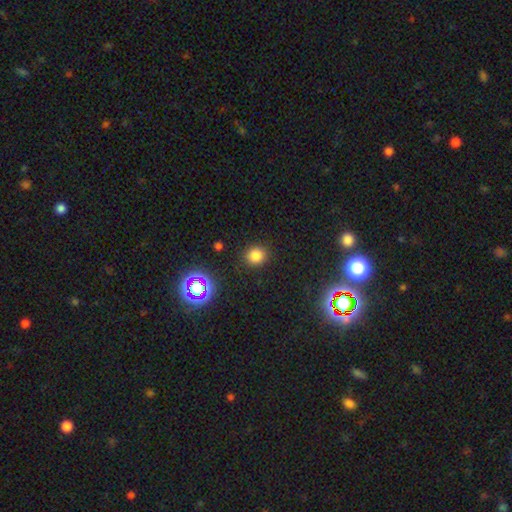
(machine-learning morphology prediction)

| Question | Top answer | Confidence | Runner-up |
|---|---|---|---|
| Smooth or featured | smooth | 77% | star or artifact (18%) |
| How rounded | round | 84% | in between (15%) |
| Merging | none | 88% | minor disturbance (7%) |